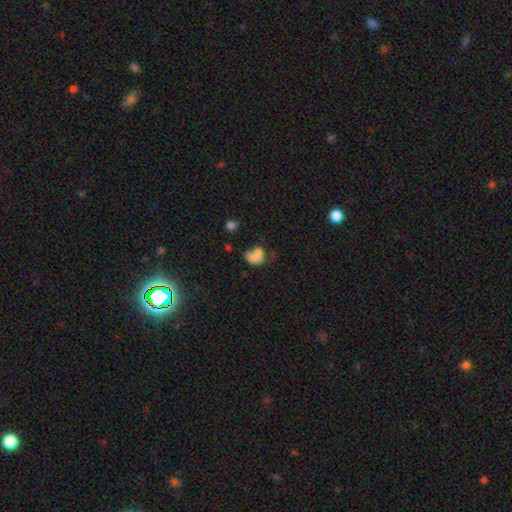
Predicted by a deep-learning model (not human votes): The model was most divided on "merging": merger: 42%, none: 27%, minor disturbance: 18%, major disturbance: 13%. More confident: smooth or featured — smooth (71%); how rounded — in between (58%).